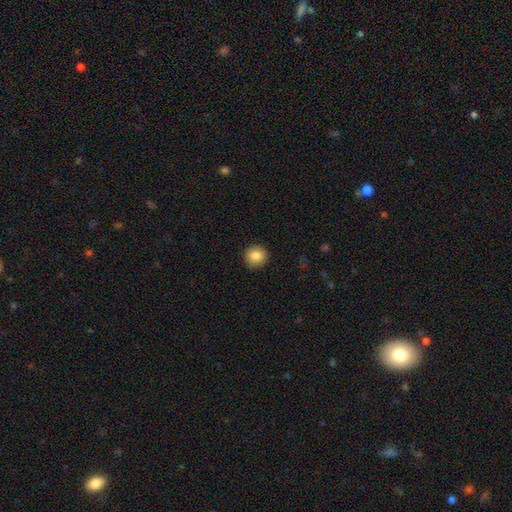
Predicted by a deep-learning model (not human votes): Smooth or featured? smooth (85%)
How rounded? round (91%)
Merging? none (90%)